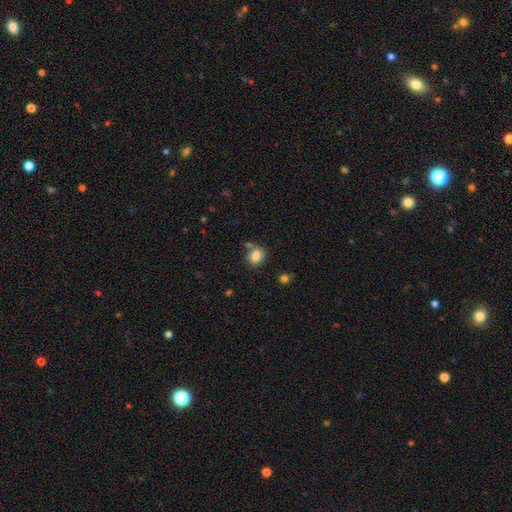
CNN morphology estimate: smooth 81%, star or artifact 10%, featured or disk 9%. Down the decision tree: how rounded — round (56%); merging — none (62%).